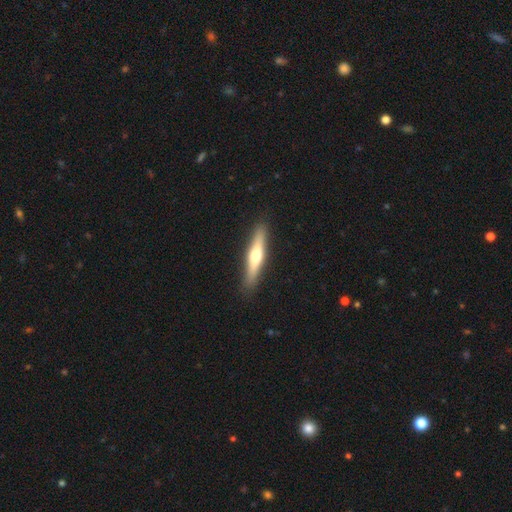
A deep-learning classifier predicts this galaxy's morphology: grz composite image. It shows a featured or disk galaxy (51%) viewed edge-on (94%). Merging: none (90%).